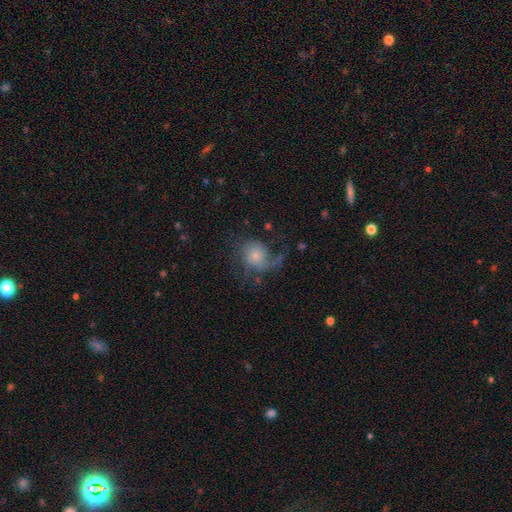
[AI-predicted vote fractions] This appears to be a featured or disk galaxy (50%). Merging: none (42%).